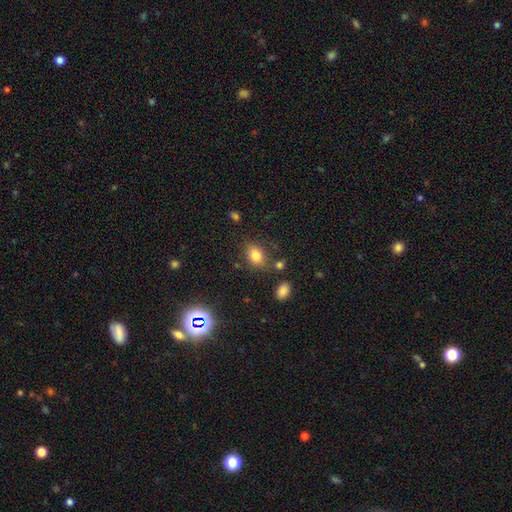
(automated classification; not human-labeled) A smooth galaxy with no disk features (79%) that is in between round and cigar-shaped (73%).

Vote fractions:
- Smooth or featured? smooth: 79% / star or artifact: 12% / featured or disk: 9%
- How rounded? in between: 73% / round: 25% / cigar-shaped: 2%
- Merging? none: 73% / minor disturbance: 15% / merger: 7% / major disturbance: 5%